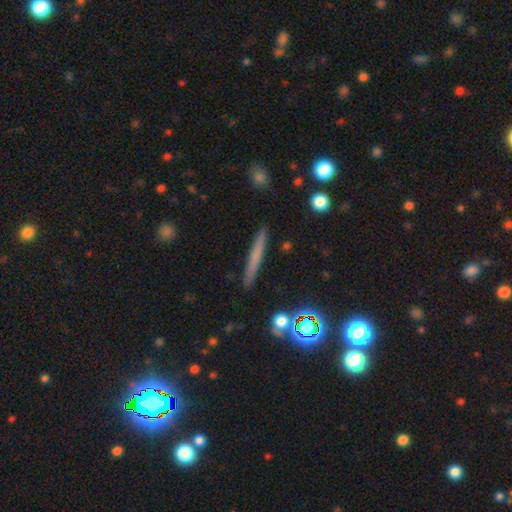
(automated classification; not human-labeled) The model was most divided on "smooth or featured": smooth: 58%, featured or disk: 31%, star or artifact: 10%. More confident: how rounded — cigar-shaped (93%); merging — none (90%).